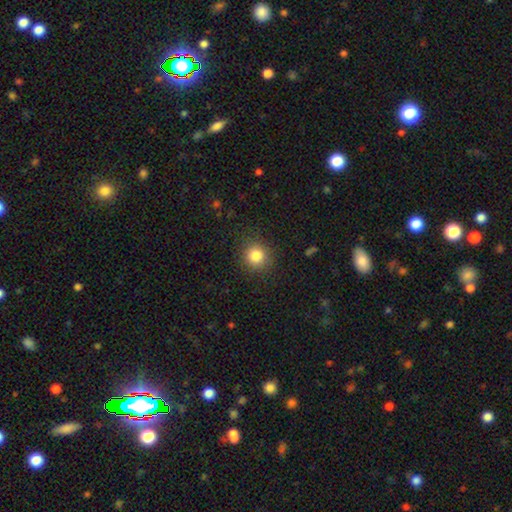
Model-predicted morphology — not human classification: This appears to be a smooth galaxy with no disk features (83%) that is round (92%). Merging: none (89%).